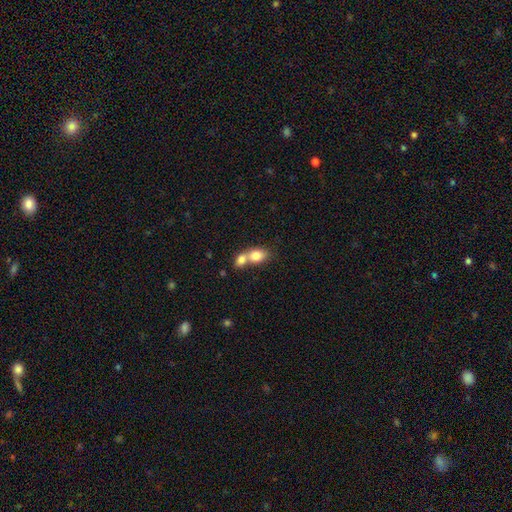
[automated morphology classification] smooth 78%, featured or disk 14%, star or artifact 8%. Down the decision tree: how rounded — in between (67%); merging — merger (72%).